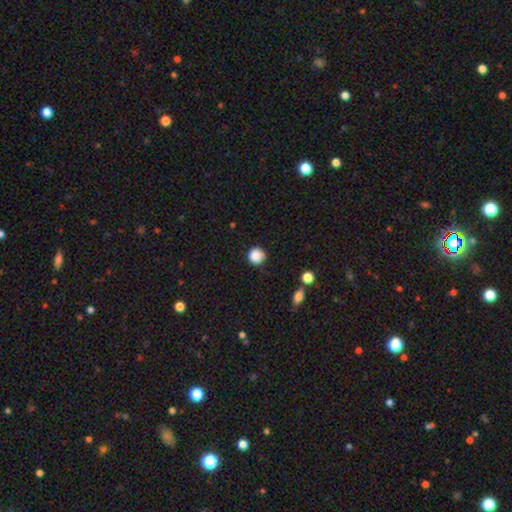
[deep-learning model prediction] smooth-or-featured: smooth: 87% | star or artifact: 10% | featured or disk: 3%
  how-rounded: round: 94% | in between: 5% | cigar-shaped: 1%
  merging: none: 86% | minor disturbance: 10% | major disturbance: 2% | merger: 2%